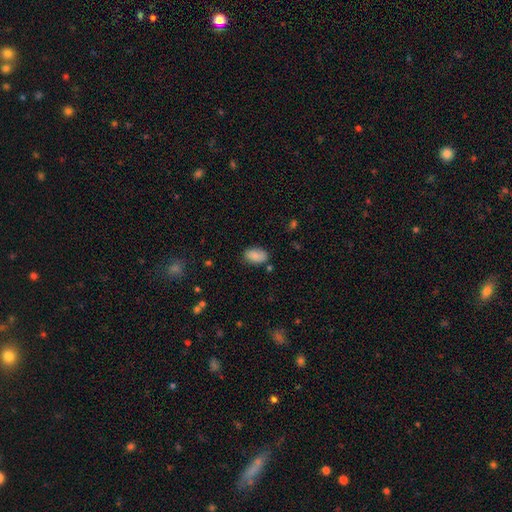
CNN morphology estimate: smooth_or_featured: smooth (p=0.86) [alt: star or artifact p=0.07]
how_rounded: in between (p=0.93) [alt: round p=0.06]
merging: none (p=0.76) [alt: minor disturbance p=0.17]